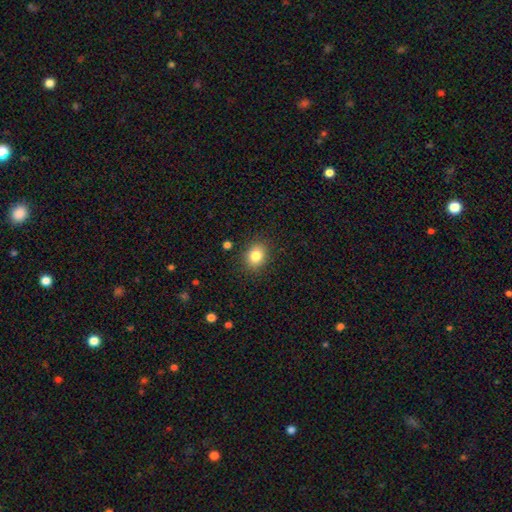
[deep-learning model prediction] smooth 82%, star or artifact 11%, featured or disk 7%. Down the decision tree: how rounded — round (58%); merging — none (87%).